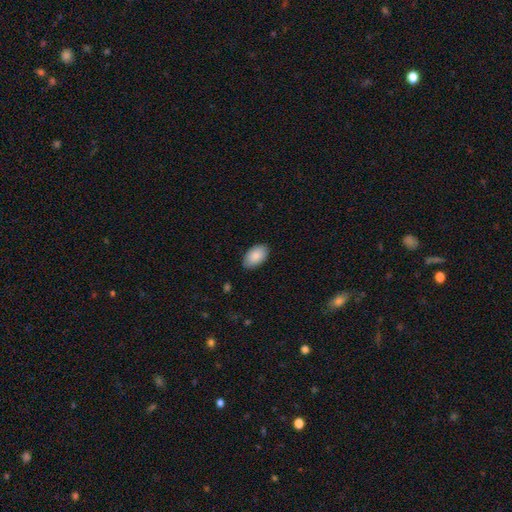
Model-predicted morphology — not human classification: type=smooth (87%); roundness=in between (94%); merging=none (84%).